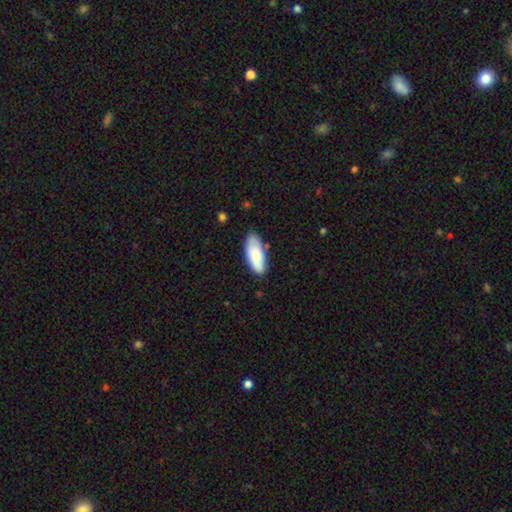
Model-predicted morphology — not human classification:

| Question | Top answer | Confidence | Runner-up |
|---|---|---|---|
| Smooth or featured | smooth | 84% | featured or disk (10%) |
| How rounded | in between | 81% | cigar-shaped (17%) |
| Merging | none | 79% | minor disturbance (16%) |